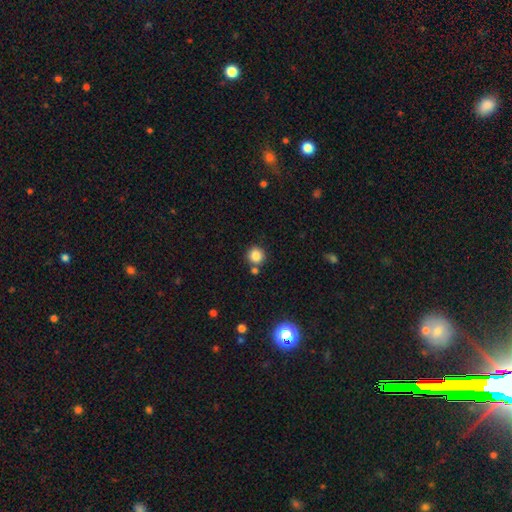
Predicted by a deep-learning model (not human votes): smooth_or_featured: smooth (p=0.84) [alt: star or artifact p=0.11]
how_rounded: round (p=0.93) [alt: in between p=0.06]
merging: none (p=0.77) [alt: merger p=0.12]